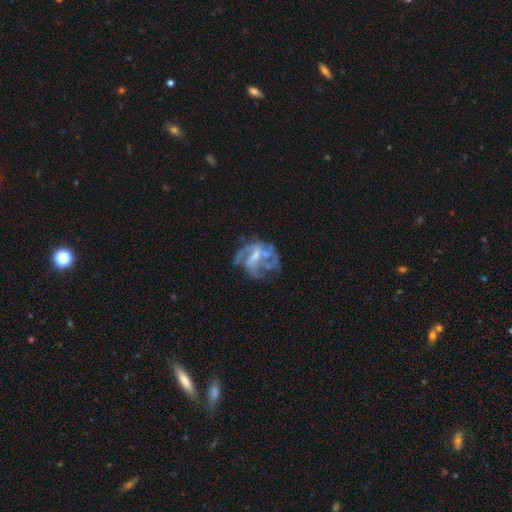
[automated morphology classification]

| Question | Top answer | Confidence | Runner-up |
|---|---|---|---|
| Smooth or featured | featured or disk | 75% | smooth (15%) |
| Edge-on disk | no | 98% | yes (2%) |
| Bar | weak | 44% | no (36%) |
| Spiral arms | yes | 67% | no (33%) |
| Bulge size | none | 34% | moderate (31%) |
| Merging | none | 42% | major disturbance (33%) |